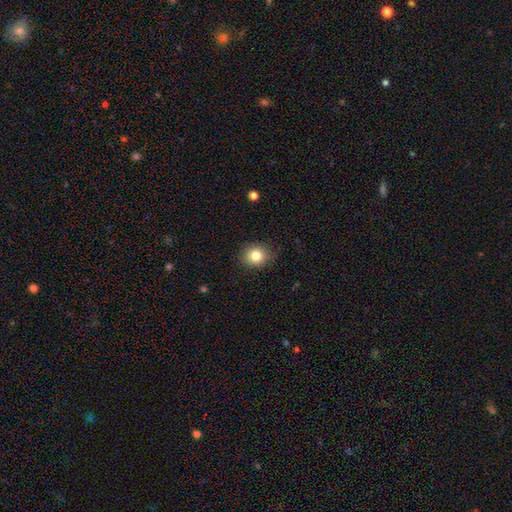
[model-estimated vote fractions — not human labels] Morphology: type=smooth (83%); roundness=round (75%); merging=none (83%).